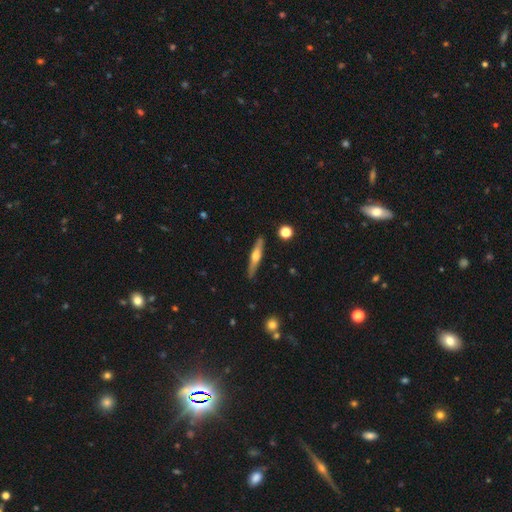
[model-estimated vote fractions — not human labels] Smooth or featured: featured or disk — 59% (smooth — 35%)
Edge-on disk: yes — 94% (no — 6%)
Edge-on bulge: rounded — 91% (none — 6%)
Merging: none — 88% (minor disturbance — 9%)